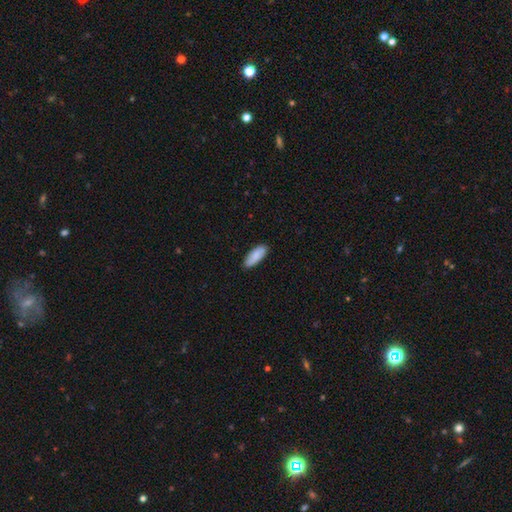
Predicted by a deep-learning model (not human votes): Smooth or featured? smooth (82%)
How rounded? in between (75%)
Merging? none (85%)